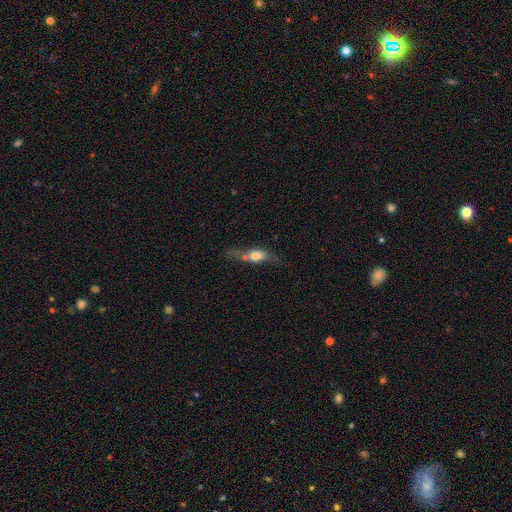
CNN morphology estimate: The model was most divided on "merging": none: 39%, merger: 27%, minor disturbance: 19%, major disturbance: 15%. More confident: how rounded — in between (53%); smooth or featured — smooth (53%).